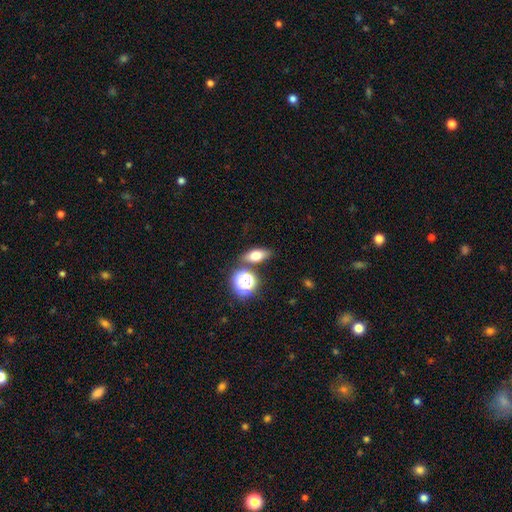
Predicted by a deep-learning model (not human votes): This is likely a smooth galaxy (64%). How rounded: likely in between (66%). Merging: likely none (77%).